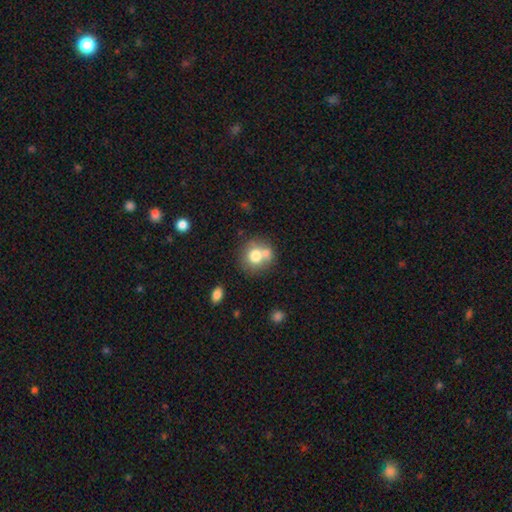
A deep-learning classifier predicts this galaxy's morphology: Smooth or featured? smooth (72%)
How rounded? round (83%)
Merging? none (49%)